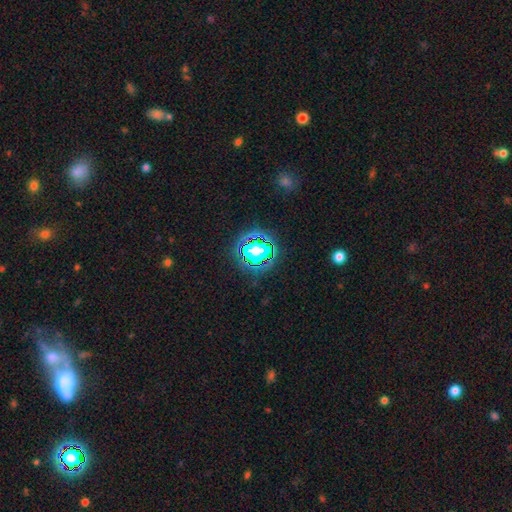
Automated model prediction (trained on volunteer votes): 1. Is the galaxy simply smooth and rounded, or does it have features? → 79% star or artifact, 14% smooth, 7% featured or disk.